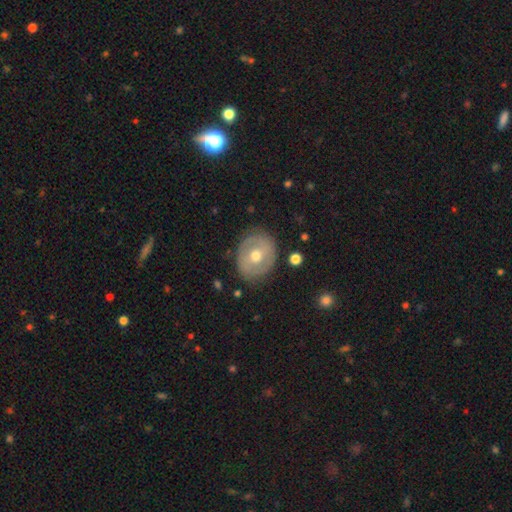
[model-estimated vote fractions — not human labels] smooth_or_featured: featured or disk (p=0.56) [alt: smooth p=0.37]
disk_edge_on: no (p=0.95) [alt: yes p=0.05]
bar: no (p=0.59) [alt: weak p=0.29]
has_spiral_arms: no (p=0.61) [alt: yes p=0.39]
bulge_size: moderate (p=0.78) [alt: small p=0.17]
merging: none (p=0.81) [alt: minor disturbance p=0.13]